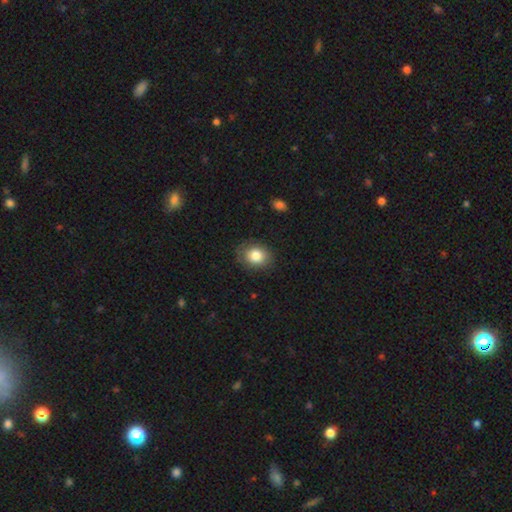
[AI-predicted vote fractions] A smooth galaxy with no disk features (83%) that is round (53%).

Vote fractions:
- Smooth or featured? smooth: 83% / featured or disk: 9% / star or artifact: 9%
- How rounded? round: 53% / in between: 46% / cigar-shaped: 1%
- Merging? none: 82% / minor disturbance: 14% / major disturbance: 4% / merger: 1%